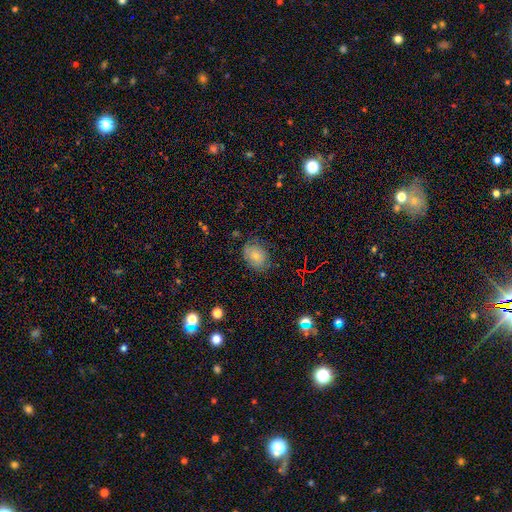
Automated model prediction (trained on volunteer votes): A smooth galaxy with no disk features (66%) that is in between round and cigar-shaped (62%). Merging: none (70%).